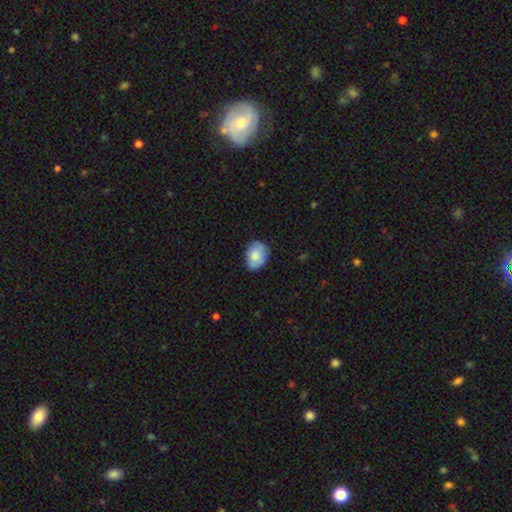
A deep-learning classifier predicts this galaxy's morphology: A smooth galaxy with no disk features (80%) that is in between round and cigar-shaped (70%).

Vote fractions:
- Smooth or featured? smooth: 80% / featured or disk: 13% / star or artifact: 7%
- How rounded? in between: 70% / round: 29% / cigar-shaped: 1%
- Merging? none: 64% / minor disturbance: 29% / major disturbance: 5% / merger: 1%